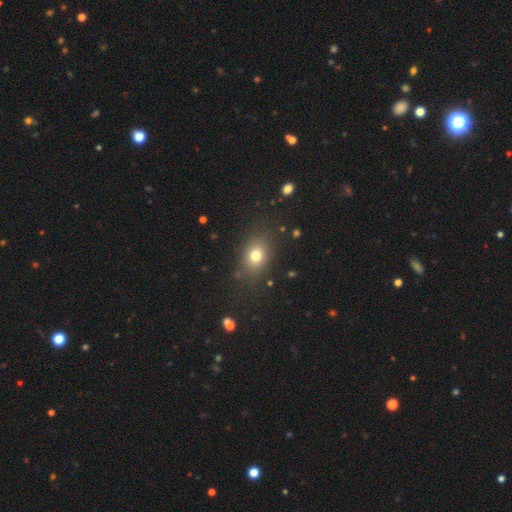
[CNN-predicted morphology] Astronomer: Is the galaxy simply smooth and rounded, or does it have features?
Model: smooth — 77%.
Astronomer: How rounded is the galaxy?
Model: in between — 64%.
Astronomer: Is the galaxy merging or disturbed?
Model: none — 82%.